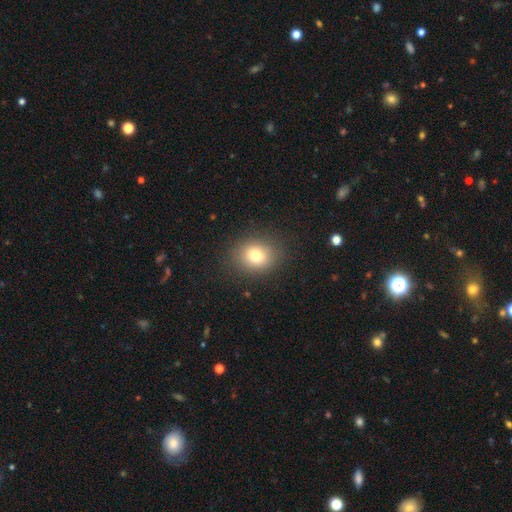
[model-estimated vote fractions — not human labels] A smooth galaxy with no disk features (77%) that is round (57%).

Vote fractions:
- Smooth or featured? smooth: 77% / star or artifact: 12% / featured or disk: 10%
- How rounded? round: 57% / in between: 42% / cigar-shaped: 1%
- Merging? none: 85% / minor disturbance: 9% / major disturbance: 4% / merger: 1%